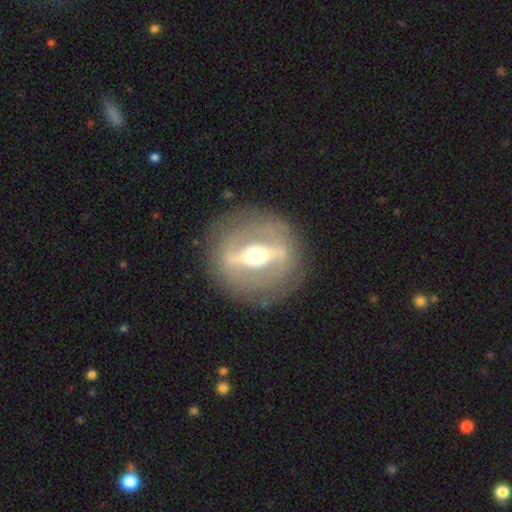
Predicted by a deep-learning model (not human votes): smooth-or-featured: featured or disk: 82% | smooth: 12% | star or artifact: 6%
  disk-edge-on: no: 63% | yes: 37%
    bar: strong: 85% | weak: 10% | no: 5%
    has-spiral-arms: no: 75% | yes: 25%
    bulge-size: moderate: 73% | large: 15% | small: 10% | dominant: 2% | none: 1%
  merging: none: 85% | minor disturbance: 9% | major disturbance: 5% | merger: 1%